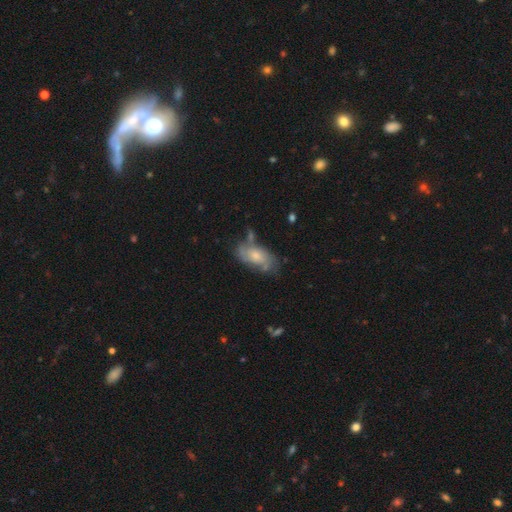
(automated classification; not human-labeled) A featured or disk galaxy (48%).

Vote fractions:
- Smooth or featured? featured or disk: 48% / smooth: 45% / star or artifact: 7%
- Merging? none: 50% / minor disturbance: 27% / major disturbance: 13% / merger: 10%